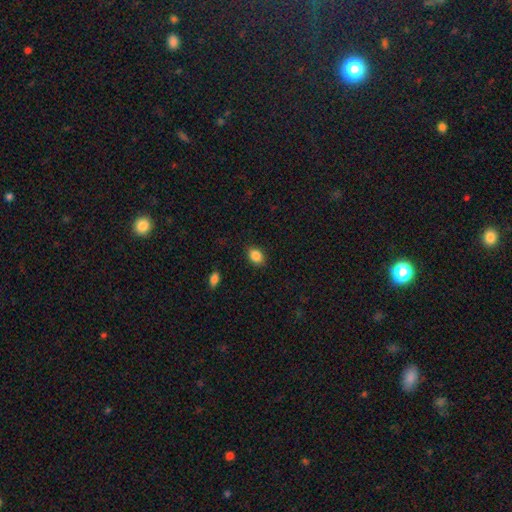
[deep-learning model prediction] Overall: smooth (87%). How rounded: in between (71%). Merging: none (86%).